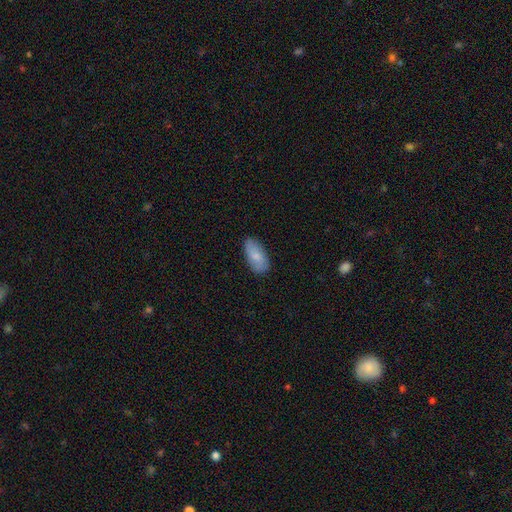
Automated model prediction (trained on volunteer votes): Smooth or featured? Predicted: smooth (p=0.79). How rounded? Predicted: in between (p=0.92). Merging? Predicted: none (p=0.81).